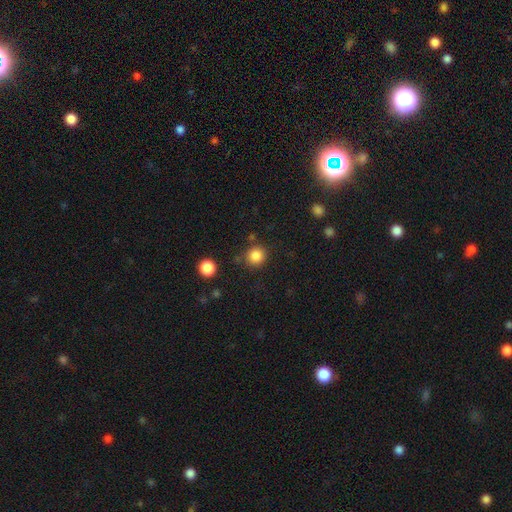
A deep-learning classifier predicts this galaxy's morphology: smooth_or_featured: smooth (p=0.85) [alt: star or artifact p=0.11]
how_rounded: round (p=0.92) [alt: in between p=0.07]
merging: none (p=0.81) [alt: minor disturbance p=0.10]